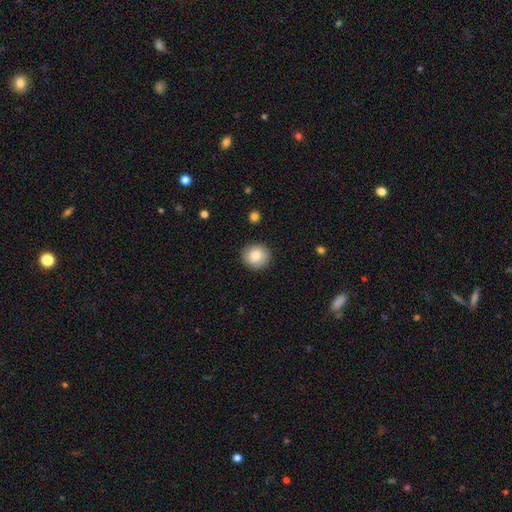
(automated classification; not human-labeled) This appears to be a smooth galaxy with no disk features (83%) that is round (85%). Merging: none (89%).